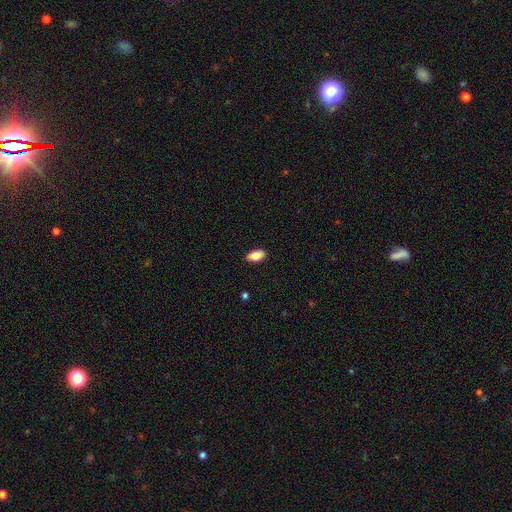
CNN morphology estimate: A smooth galaxy with no disk features (84%) that is in between round and cigar-shaped (92%).

Vote fractions:
- Smooth or featured? smooth: 84% / featured or disk: 9% / star or artifact: 7%
- How rounded? in between: 92% / cigar-shaped: 5% / round: 3%
- Merging? none: 89% / minor disturbance: 9% / major disturbance: 2% / merger: 1%